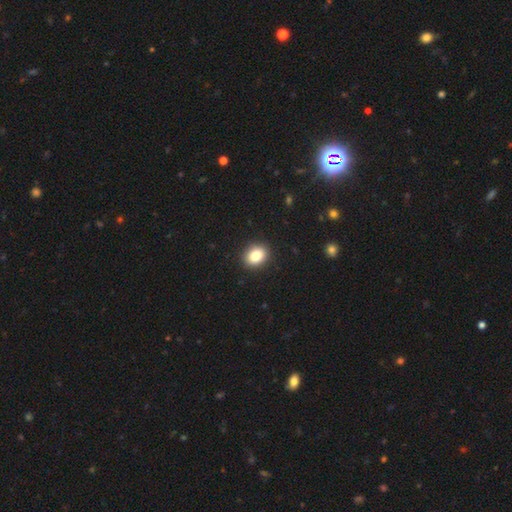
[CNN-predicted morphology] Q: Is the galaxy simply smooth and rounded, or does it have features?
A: smooth — 85%.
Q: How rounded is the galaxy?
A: in between — 59%.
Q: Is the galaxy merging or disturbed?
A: none — 90%.